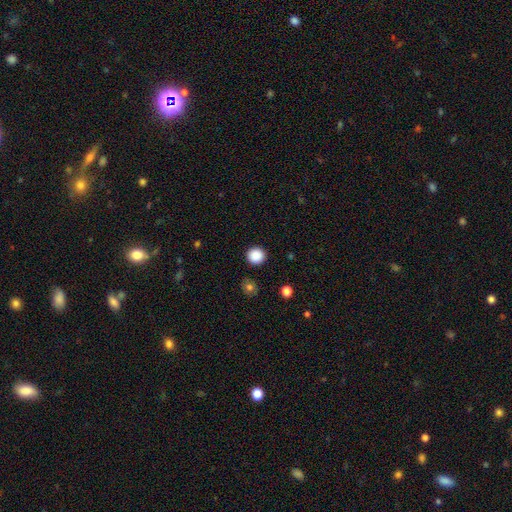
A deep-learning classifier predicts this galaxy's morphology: The model was most divided on "smooth or featured": smooth: 88%, star or artifact: 10%, featured or disk: 3%. More confident: how rounded — round (93%); merging — none (92%).